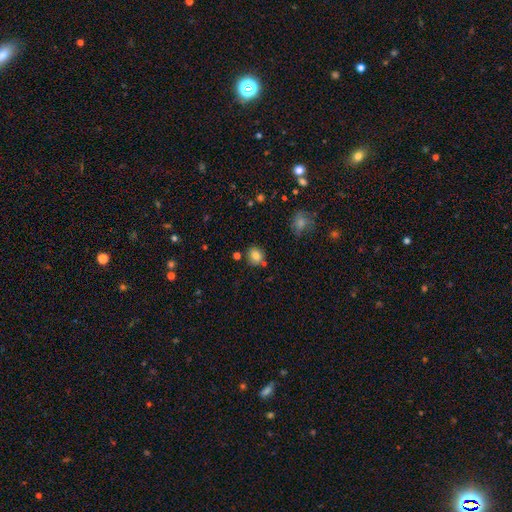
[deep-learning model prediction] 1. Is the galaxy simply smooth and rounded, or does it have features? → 81% smooth, 11% star or artifact, 8% featured or disk.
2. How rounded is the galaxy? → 77% round, 22% in between, 1% cigar-shaped.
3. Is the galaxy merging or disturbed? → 77% none, 12% minor disturbance, 8% merger, 3% major disturbance.